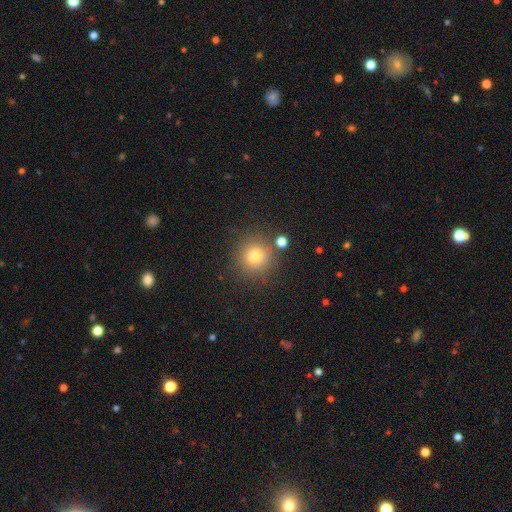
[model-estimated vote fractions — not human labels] Smooth or featured? smooth (76%)
How rounded? round (93%)
Merging? none (83%)